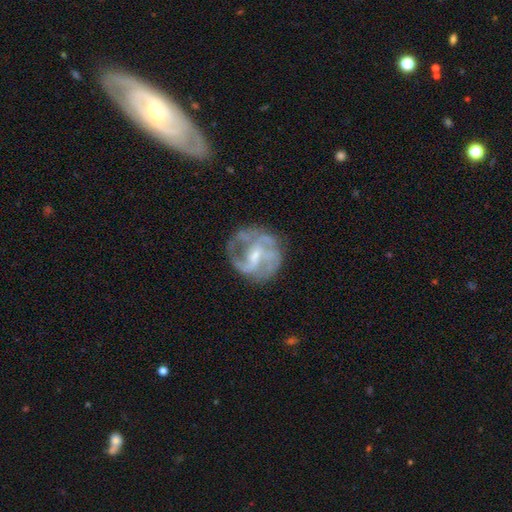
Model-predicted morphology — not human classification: Smooth or featured: featured or disk — 82% (smooth — 11%)
Edge-on disk: no — 98% (yes — 2%)
Bar: weak — 49% (no — 30%)
Spiral arms: yes — 88% (no — 12%)
Spiral winding: medium — 47% (tight — 30%)
Spiral arm count: 3 — 30% (2 — 29%)
Bulge size: small — 56% (moderate — 35%)
Merging: none — 64% (minor disturbance — 19%)